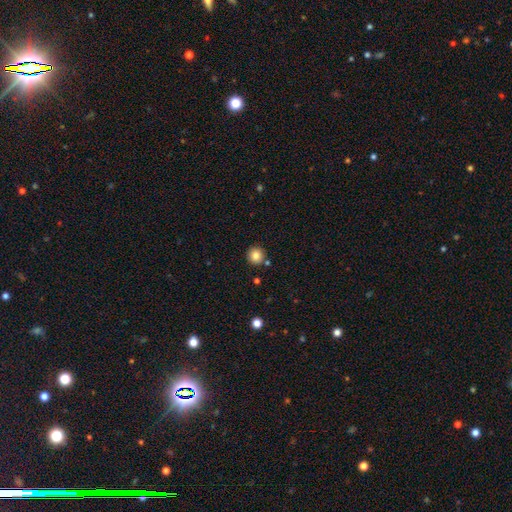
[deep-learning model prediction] Morphology: type=smooth (83%); roundness=round (94%); merging=none (86%).